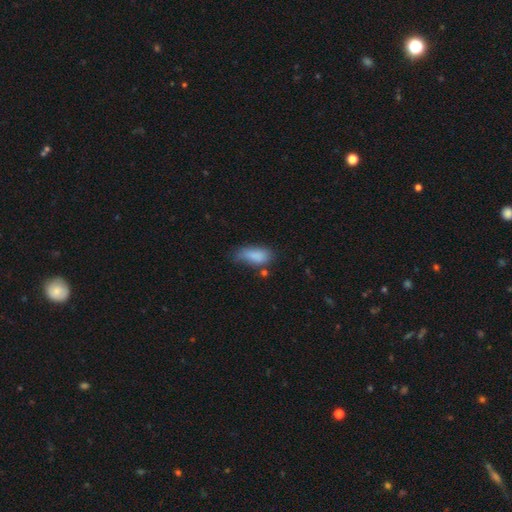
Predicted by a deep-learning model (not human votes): A smooth galaxy with no disk features (82%) that is in between round and cigar-shaped (86%).

Vote fractions:
- Smooth or featured? smooth: 82% / featured or disk: 10% / star or artifact: 8%
- How rounded? in between: 86% / cigar-shaped: 10% / round: 3%
- Merging? none: 41% / minor disturbance: 37% / major disturbance: 15% / merger: 6%